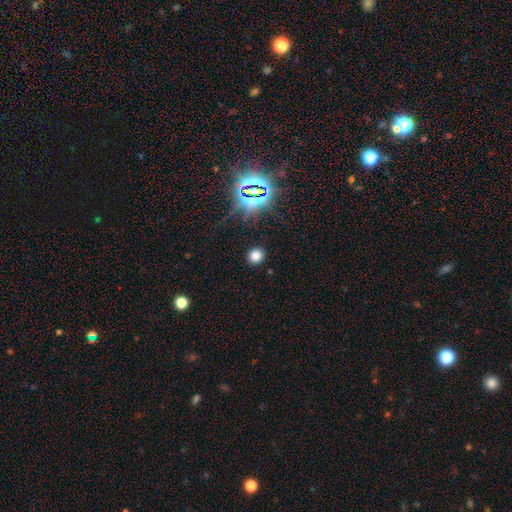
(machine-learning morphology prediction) A smooth galaxy with no disk features (74%) that is round (76%).

Vote fractions:
- Smooth or featured? smooth: 74% / star or artifact: 20% / featured or disk: 6%
- How rounded? round: 76% / in between: 23% / cigar-shaped: 1%
- Merging? none: 90% / minor disturbance: 6% / major disturbance: 3% / merger: 1%